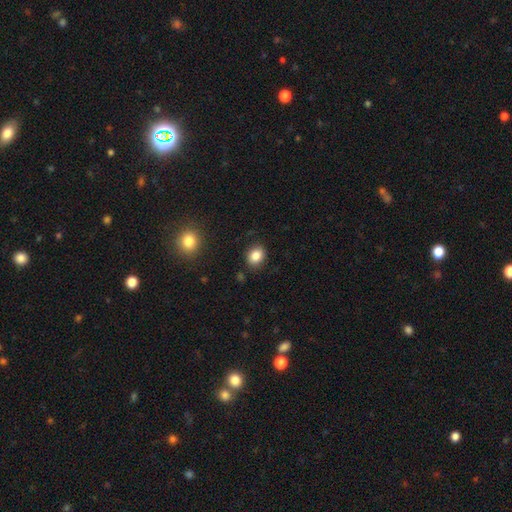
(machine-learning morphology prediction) smooth-or-featured: smooth: 85% | star or artifact: 10% | featured or disk: 6%
  how-rounded: in between: 51% | round: 48% | cigar-shaped: 1%
  merging: none: 87% | minor disturbance: 9% | major disturbance: 3% | merger: 2%